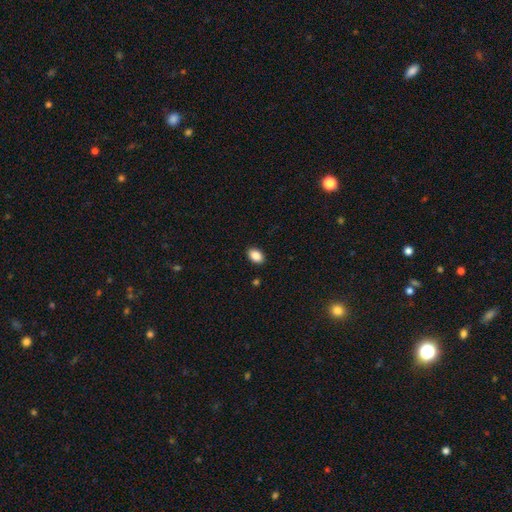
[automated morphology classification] Smooth or featured?
  - smooth: 88% *
  - star or artifact: 8%
  - featured or disk: 4%
How rounded?
  - in between: 88% *
  - round: 11%
  - cigar-shaped: 1%
Merging?
  - none: 90% *
  - minor disturbance: 7%
  - major disturbance: 2%
  - merger: 1%